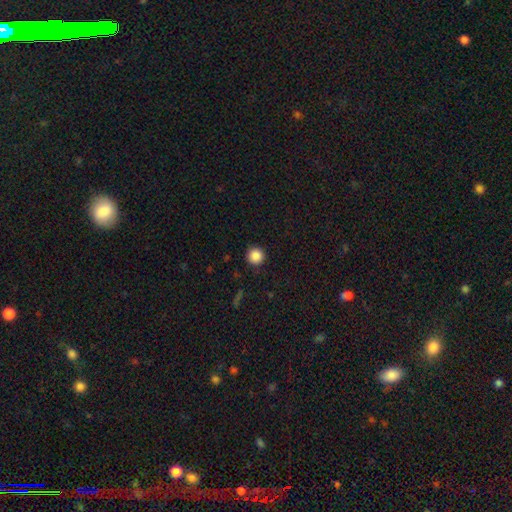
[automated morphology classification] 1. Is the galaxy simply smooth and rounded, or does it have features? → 87% smooth, 10% star or artifact, 3% featured or disk.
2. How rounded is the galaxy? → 95% round, 4% in between, 1% cigar-shaped.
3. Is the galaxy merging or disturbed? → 91% none, 6% minor disturbance, 2% major disturbance, 1% merger.